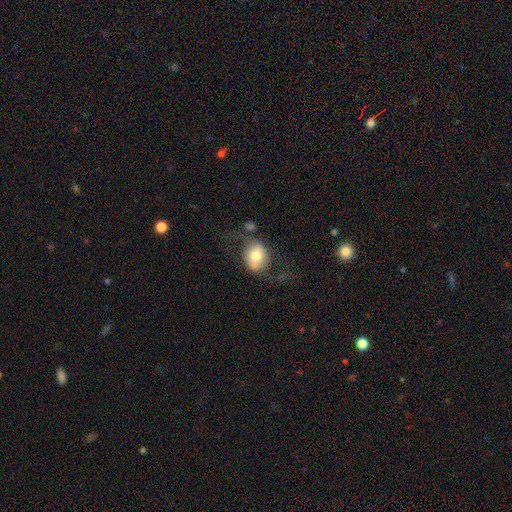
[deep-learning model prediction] Smooth or featured? smooth (51%)
How rounded? in between (50%)
Merging? none (52%)